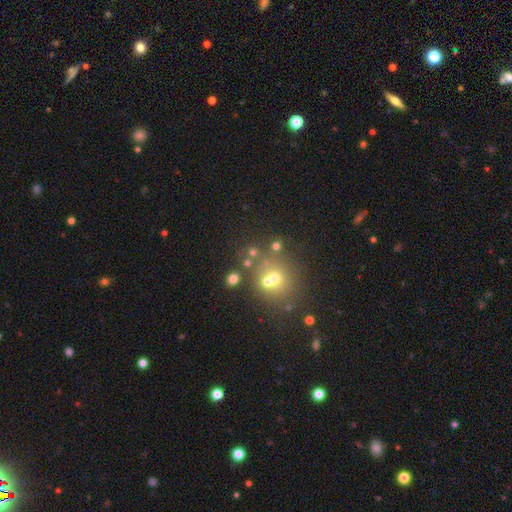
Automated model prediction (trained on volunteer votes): Smooth or featured?
  - smooth: 52% *
  - star or artifact: 38%
  - featured or disk: 10%
How rounded?
  - round: 81% *
  - in between: 17%
  - cigar-shaped: 1%
Merging?
  - none: 73% *
  - merger: 12%
  - minor disturbance: 10%
  - major disturbance: 5%